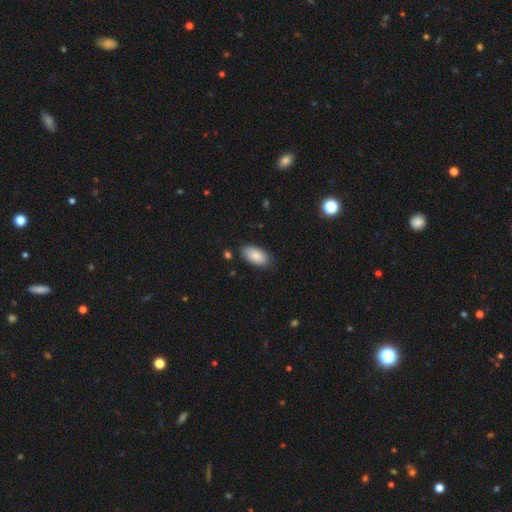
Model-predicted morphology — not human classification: This appears to be a smooth galaxy with no disk features (86%) that is in between round and cigar-shaped (94%). Merging: none (82%).